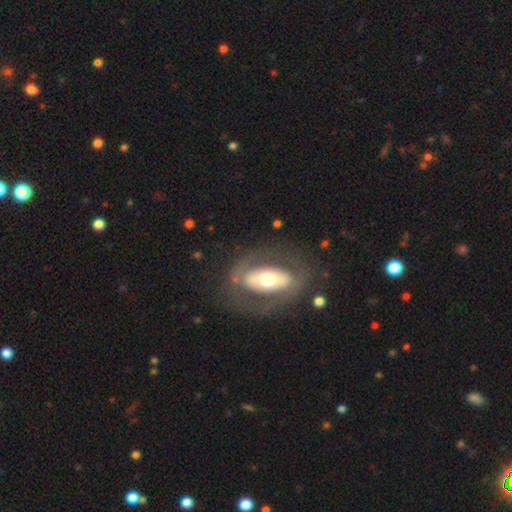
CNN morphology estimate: This is likely a featured or disk galaxy (71%). It is clearly not viewed edge-on (88%). Bar: marginally no (40%). Spiral arm pattern: possibly no (53%). Central bulge: likely moderate (61%). Merging: likely none (76%).